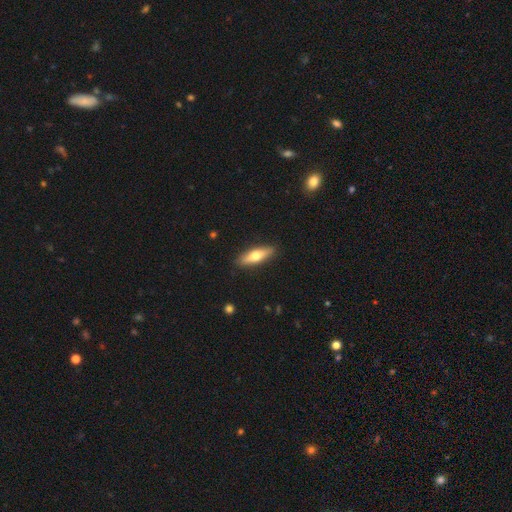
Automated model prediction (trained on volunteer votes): A smooth galaxy with no disk features (59%) that is cigar-shaped (56%). Merging: none (89%).